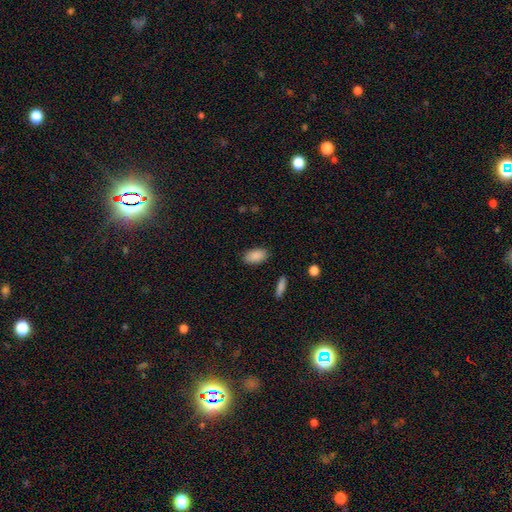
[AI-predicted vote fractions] Overall: smooth (88%). How rounded: in between (93%). Merging: none (86%).